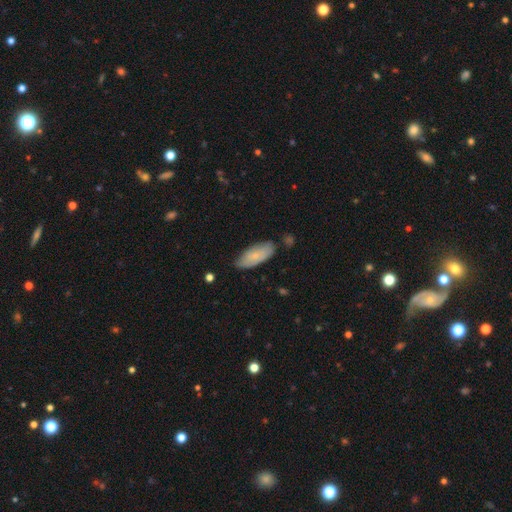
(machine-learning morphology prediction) type=smooth (73%); roundness=in between (82%); merging=none (71%).